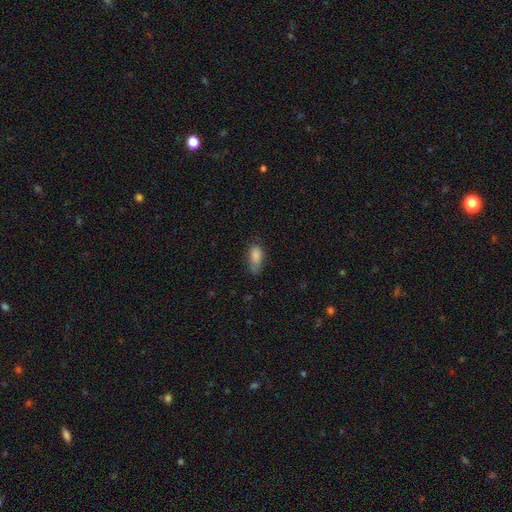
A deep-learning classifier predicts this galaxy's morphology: The model was most divided on "merging": none: 49%, minor disturbance: 37%, major disturbance: 12%, merger: 2%. More confident: how rounded — in between (88%); smooth or featured — smooth (84%).